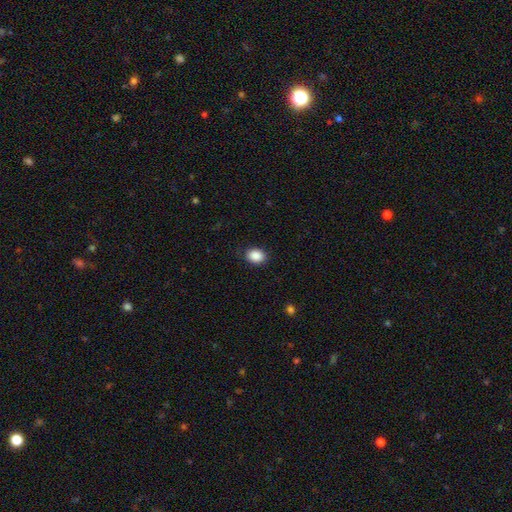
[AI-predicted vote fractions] smooth 89%, star or artifact 8%, featured or disk 3%. Down the decision tree: how rounded — in between (69%); merging — none (88%).